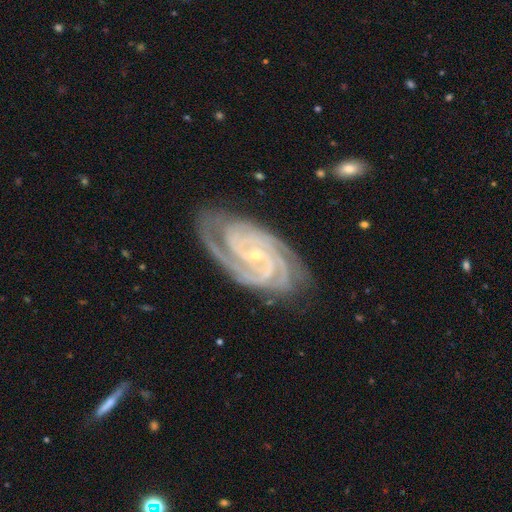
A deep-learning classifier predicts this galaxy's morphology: featured or disk 92%, star or artifact 5%, smooth 3%. Down the decision tree: edge-on disk — no (97%); bar — no (45%); spiral arms — yes (99%); spiral arm count — 3 (37%); spiral winding — tight (73%); bulge size — small (82%); merging — none (78%).